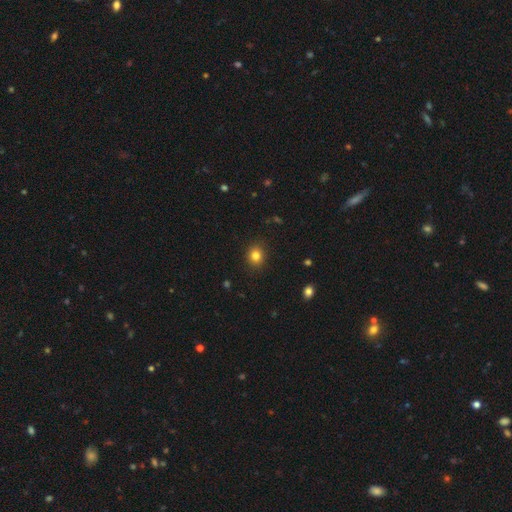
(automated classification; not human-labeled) Smooth or featured? Predicted: smooth (p=0.82). How rounded? Predicted: round (p=0.74). Merging? Predicted: none (p=0.90).